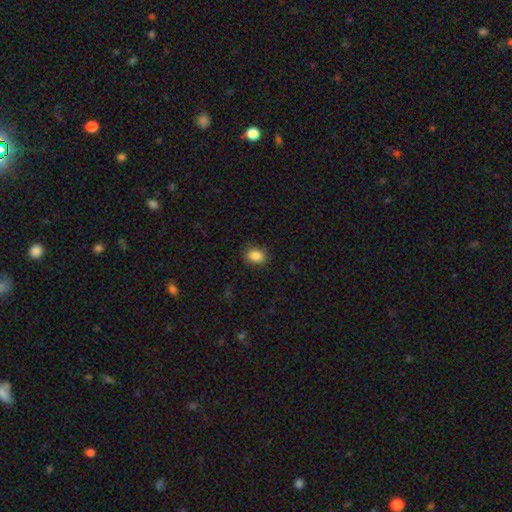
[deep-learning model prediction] Smooth or featured?
  - smooth: 87% *
  - star or artifact: 9%
  - featured or disk: 4%
How rounded?
  - in between: 64% *
  - round: 35%
  - cigar-shaped: 1%
Merging?
  - none: 88% *
  - minor disturbance: 9%
  - major disturbance: 3%
  - merger: 1%